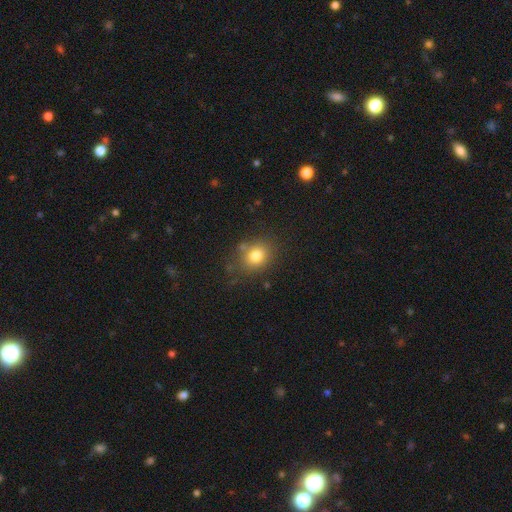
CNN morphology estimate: Smooth or featured?
  - smooth: 79% *
  - star or artifact: 12%
  - featured or disk: 9%
How rounded?
  - round: 64% *
  - in between: 35%
  - cigar-shaped: 1%
Merging?
  - none: 74% *
  - minor disturbance: 15%
  - merger: 6%
  - major disturbance: 5%